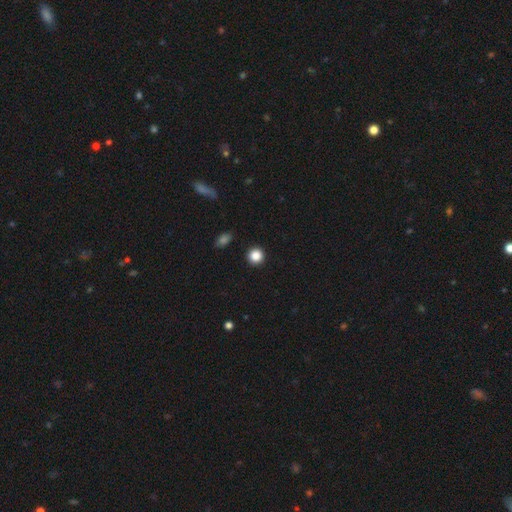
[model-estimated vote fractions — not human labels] A smooth galaxy with no disk features (86%) that is round (95%).

Vote fractions:
- Smooth or featured? smooth: 86% / star or artifact: 11% / featured or disk: 3%
- How rounded? round: 95% / in between: 4% / cigar-shaped: 1%
- Merging? none: 93% / minor disturbance: 4% / major disturbance: 2% / merger: 1%